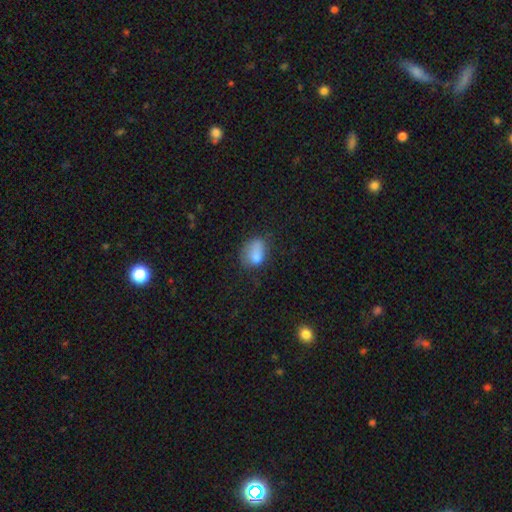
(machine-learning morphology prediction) This appears to be a smooth galaxy with no disk features (76%) that is in between round and cigar-shaped (72%). Merging: none (40%).